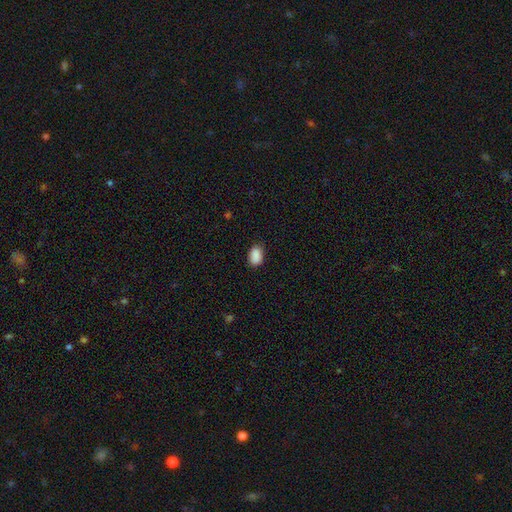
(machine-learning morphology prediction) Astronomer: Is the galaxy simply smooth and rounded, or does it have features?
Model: smooth — 89%.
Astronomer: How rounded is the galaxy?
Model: in between — 87%.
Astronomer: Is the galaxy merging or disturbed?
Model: none — 82%.